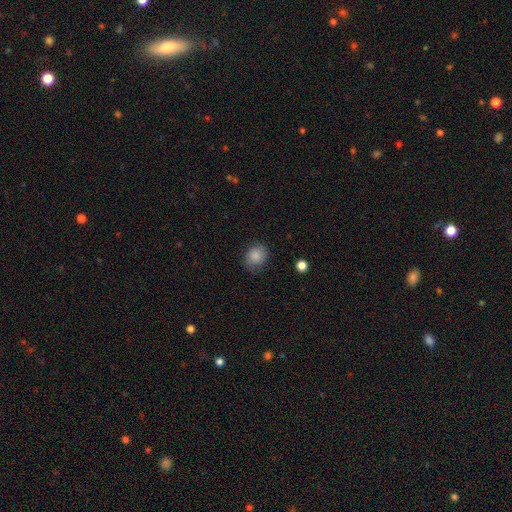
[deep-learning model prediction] The model was most divided on "how rounded": round: 60%, in between: 39%, cigar-shaped: 1%. More confident: smooth or featured — smooth (82%); merging — none (76%).